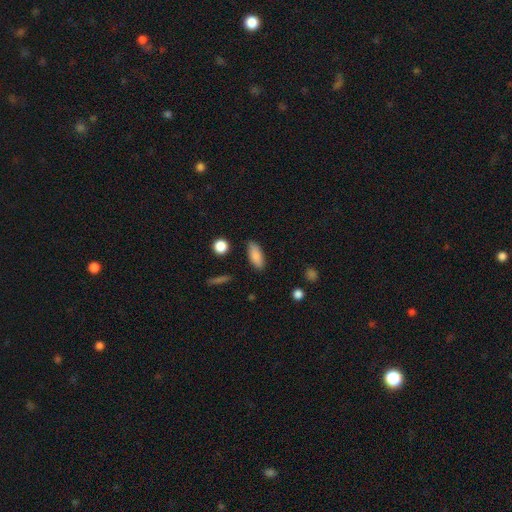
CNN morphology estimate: This appears to be a smooth galaxy with no disk features (84%) that is in between round and cigar-shaped (81%). Merging: none (84%).